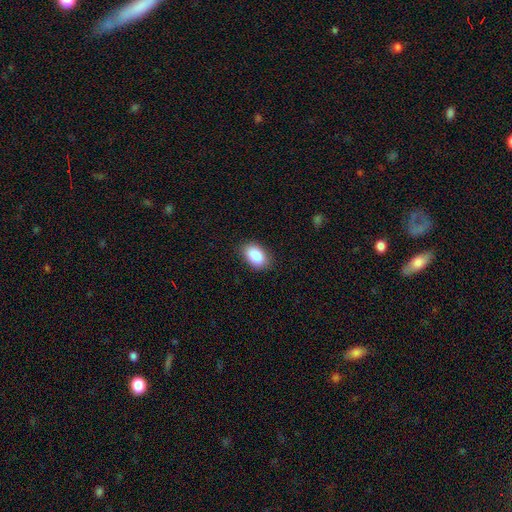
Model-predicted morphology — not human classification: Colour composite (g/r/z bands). It shows a smooth galaxy with no disk features (89%) that is in between round and cigar-shaped (89%). Merging: none (85%).